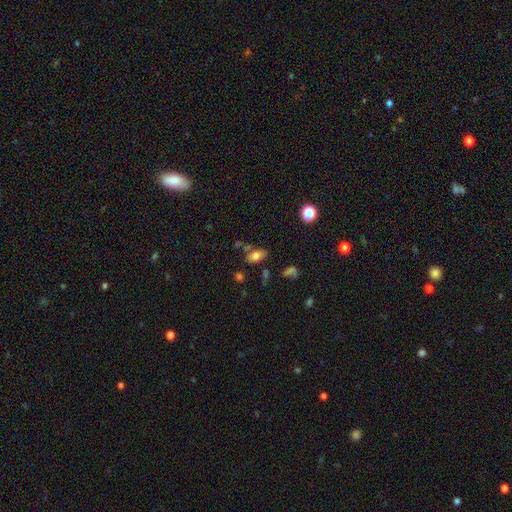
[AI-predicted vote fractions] A smooth galaxy with no disk features (75%) that is in between round and cigar-shaped (88%).

Vote fractions:
- Smooth or featured? smooth: 75% / featured or disk: 14% / star or artifact: 12%
- How rounded? in between: 88% / round: 9% / cigar-shaped: 3%
- Merging? none: 66% / minor disturbance: 17% / merger: 11% / major disturbance: 6%